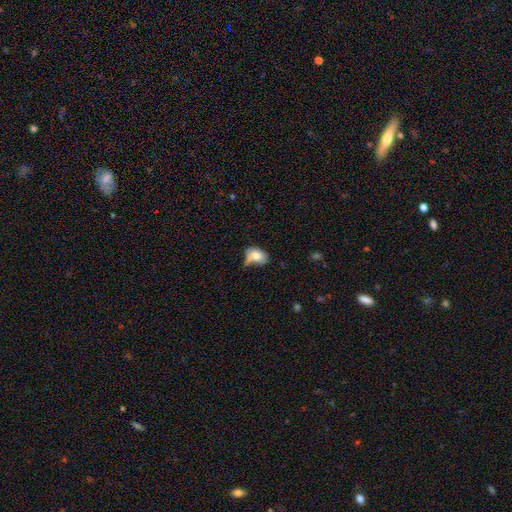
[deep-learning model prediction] A smooth galaxy with no disk features (73%) that is in between round and cigar-shaped (78%).

Vote fractions:
- Smooth or featured? smooth: 73% / featured or disk: 18% / star or artifact: 9%
- How rounded? in between: 78% / round: 20% / cigar-shaped: 2%
- Merging? none: 34% / minor disturbance: 32% / major disturbance: 18% / merger: 16%